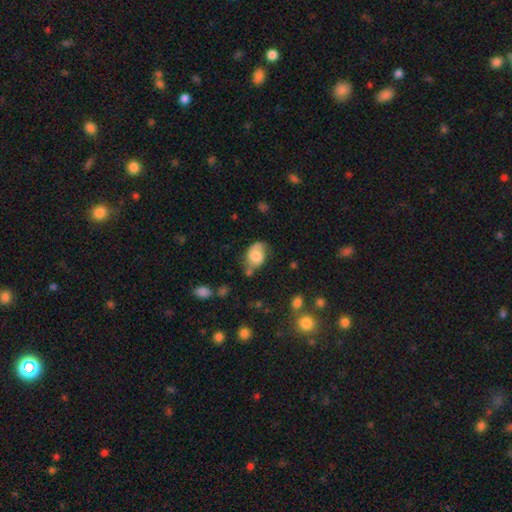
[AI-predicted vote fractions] Smooth or featured: smooth — 64% (featured or disk — 28%)
How rounded: in between — 76% (round — 23%)
Merging: none — 51% (minor disturbance — 32%)